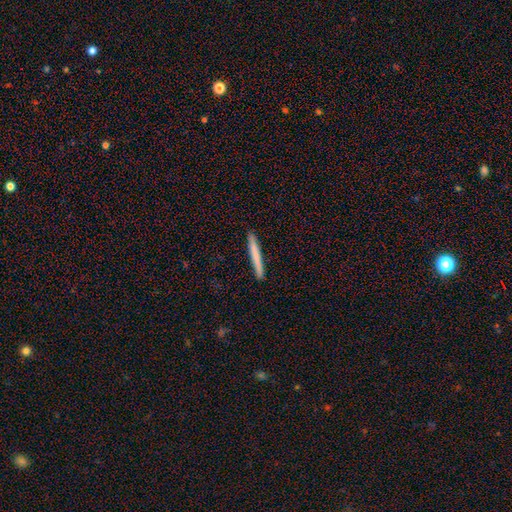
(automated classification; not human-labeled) This is likely a smooth galaxy (72%). How rounded: clearly cigar-shaped (97%). Merging: clearly none (92%).